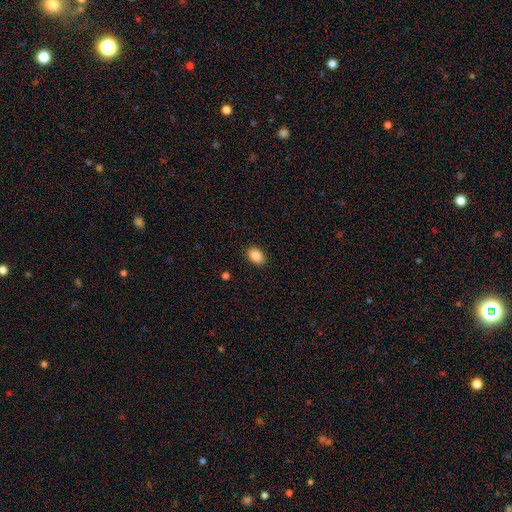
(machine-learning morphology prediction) smooth-or-featured: smooth: 89% | star or artifact: 8% | featured or disk: 3%
  how-rounded: in between: 84% | round: 14% | cigar-shaped: 1%
  merging: none: 88% | minor disturbance: 8% | major disturbance: 2% | merger: 1%